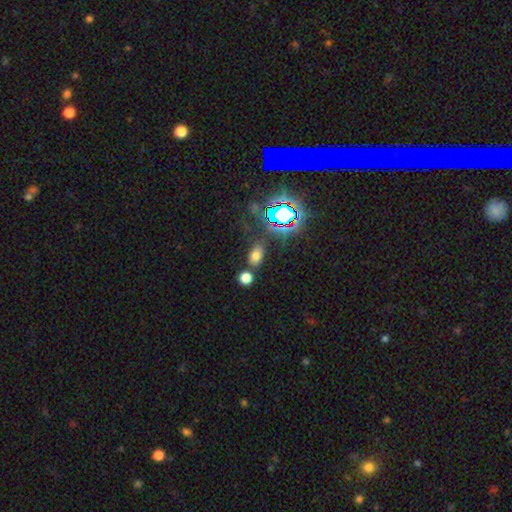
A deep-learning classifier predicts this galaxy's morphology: A smooth galaxy with no disk features (65%) that is in between round and cigar-shaped (81%).

Vote fractions:
- Smooth or featured? smooth: 65% / star or artifact: 25% / featured or disk: 9%
- How rounded? in between: 81% / round: 17% / cigar-shaped: 2%
- Merging? none: 74% / minor disturbance: 12% / merger: 9% / major disturbance: 5%